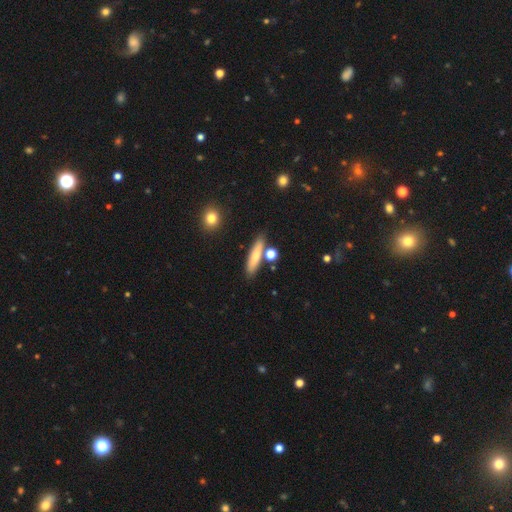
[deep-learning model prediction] smooth_or_featured: smooth (p=0.69) [alt: featured or disk p=0.23]
how_rounded: cigar-shaped (p=0.74) [alt: in between p=0.21]
merging: none (p=0.76) [alt: minor disturbance p=0.11]